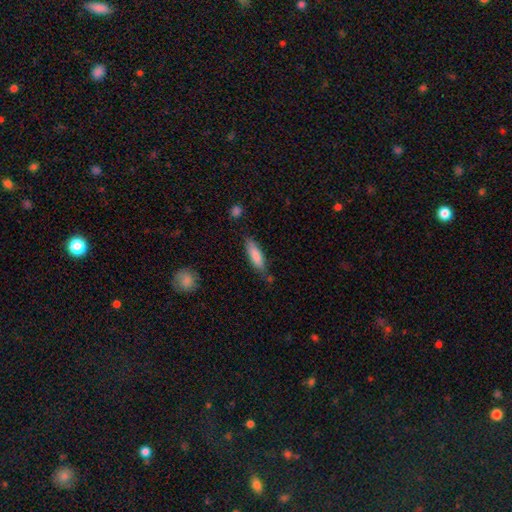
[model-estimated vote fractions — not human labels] Smooth or featured? Predicted: smooth (p=0.82). How rounded? Predicted: cigar-shaped (p=0.57). Merging? Predicted: none (p=0.71).